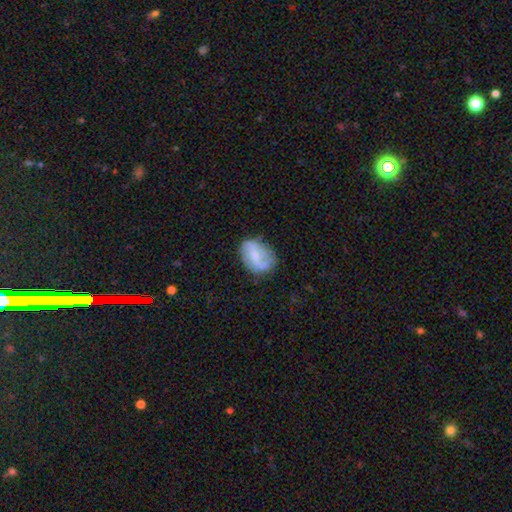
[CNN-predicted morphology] A featured or disk galaxy (55%) with a weak bar (49%), spiral arms (78%) and a small central bulge (49%). Merging: none (64%).